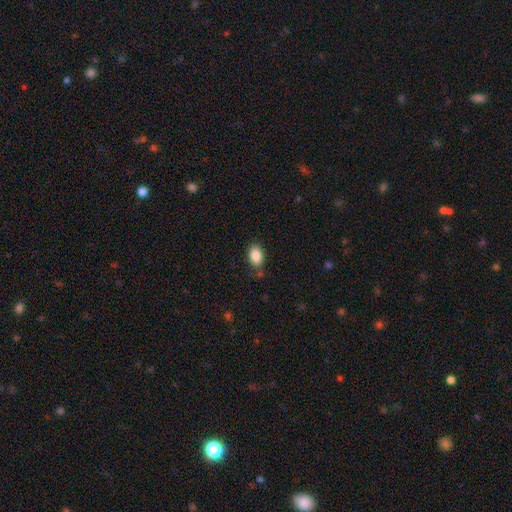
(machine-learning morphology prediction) Overall: smooth (88%). How rounded: in between (89%). Merging: none (81%).